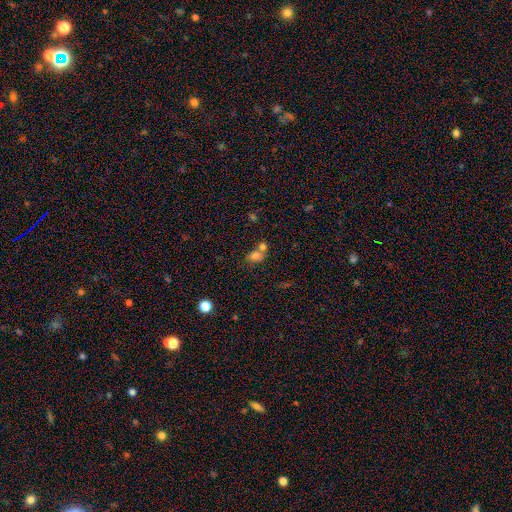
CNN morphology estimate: This appears to be a smooth galaxy with no disk features (75%) that is in between round and cigar-shaped (69%). Merging: merger (48%).